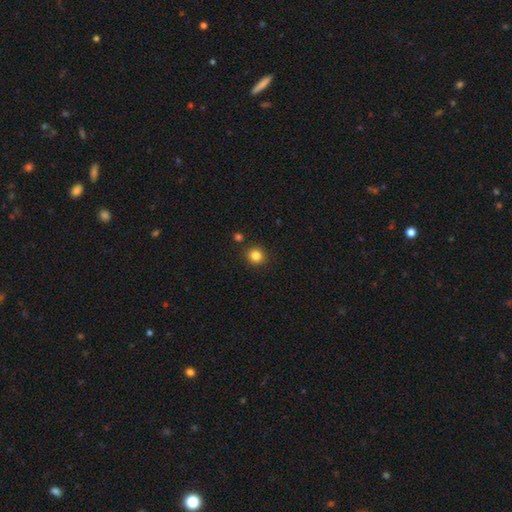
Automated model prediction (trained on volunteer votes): A smooth galaxy with no disk features (84%) that is round (92%).

Vote fractions:
- Smooth or featured? smooth: 84% / star or artifact: 12% / featured or disk: 5%
- How rounded? round: 92% / in between: 7% / cigar-shaped: 1%
- Merging? none: 89% / minor disturbance: 6% / merger: 3% / major disturbance: 2%